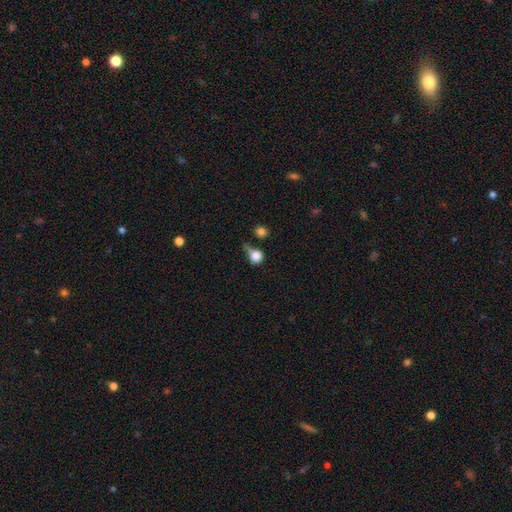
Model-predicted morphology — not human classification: smooth_or_featured: smooth (p=0.80) [alt: star or artifact p=0.11]
how_rounded: round (p=0.80) [alt: in between p=0.18]
merging: none (p=0.40) [alt: minor disturbance p=0.23]